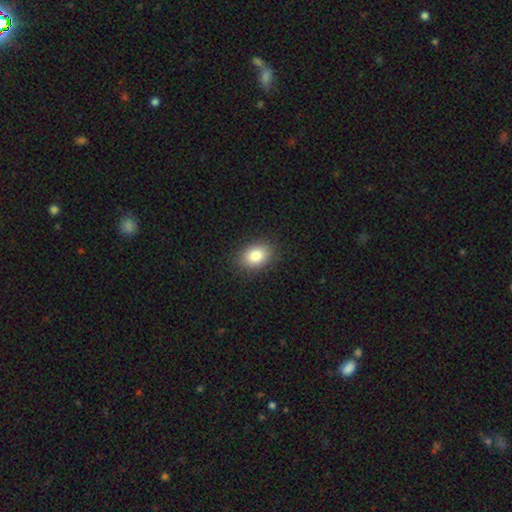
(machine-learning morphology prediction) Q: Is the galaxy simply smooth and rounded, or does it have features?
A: smooth — 84%.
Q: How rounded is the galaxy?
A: in between — 75%.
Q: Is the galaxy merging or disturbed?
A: none — 88%.